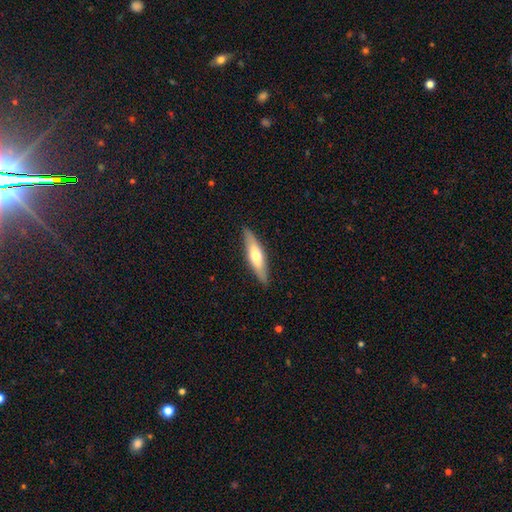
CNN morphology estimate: Q: Smooth or featured?
A: smooth (51%); runner-up: featured or disk (44%)
Q: How rounded?
A: cigar-shaped (75%); runner-up: in between (23%)
Q: Merging?
A: none (88%); runner-up: minor disturbance (9%)